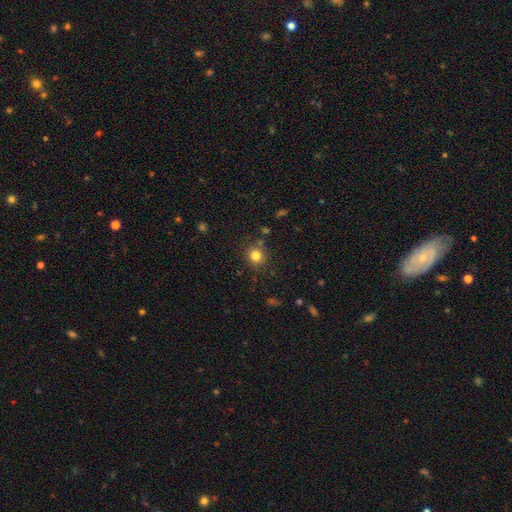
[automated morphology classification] Smooth or featured? smooth (81%)
How rounded? round (87%)
Merging? none (83%)